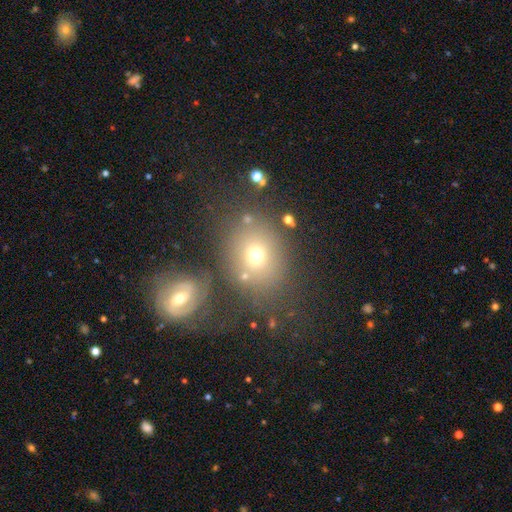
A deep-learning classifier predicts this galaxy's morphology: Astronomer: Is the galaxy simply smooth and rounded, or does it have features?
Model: smooth — 65%.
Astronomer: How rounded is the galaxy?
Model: round — 55% (runner-up: in between, 43%).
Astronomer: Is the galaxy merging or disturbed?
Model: none — 59%.